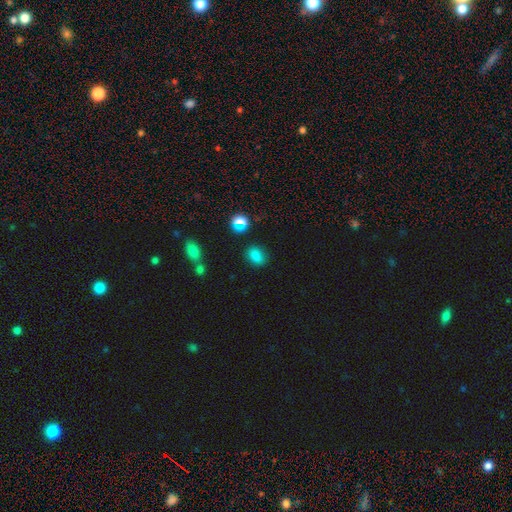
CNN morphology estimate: Smooth or featured? smooth (79%)
How rounded? in between (66%)
Merging? none (81%)